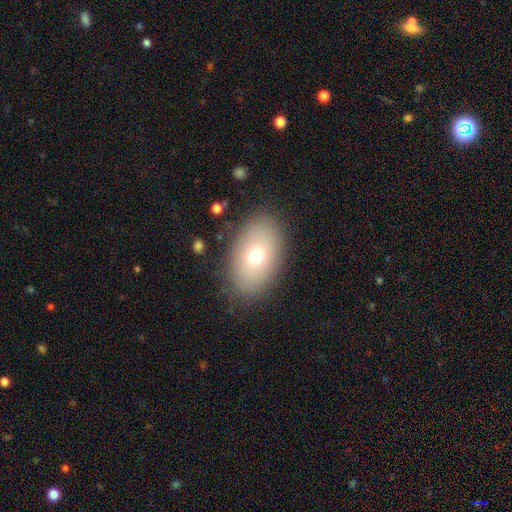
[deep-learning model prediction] Smooth or featured? Predicted: smooth (p=0.69). How rounded? Predicted: in between (p=0.87). Merging? Predicted: none (p=0.84).